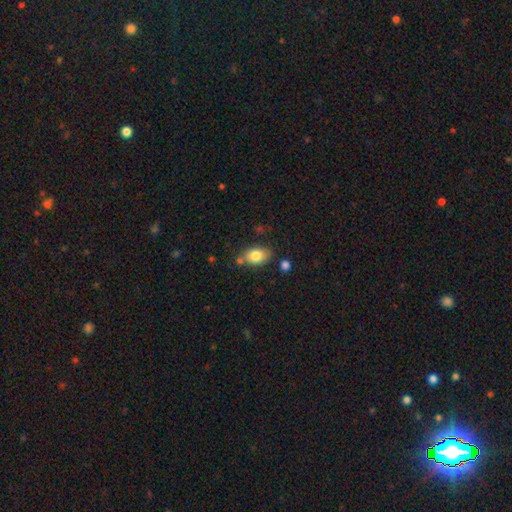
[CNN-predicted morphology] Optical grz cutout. It shows a smooth galaxy with no disk features (82%) that is in between round and cigar-shaped (84%). Merging: none (73%).